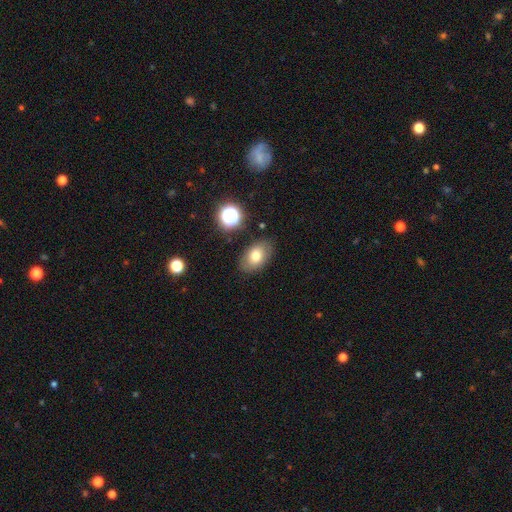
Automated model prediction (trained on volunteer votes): This appears to be a smooth galaxy with no disk features (76%) that is in between round and cigar-shaped (86%). Merging: none (82%).